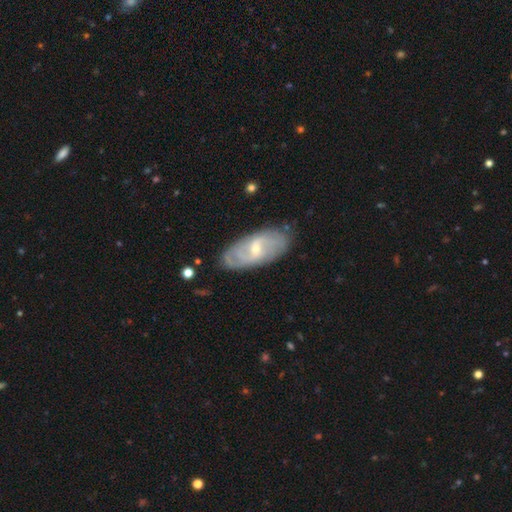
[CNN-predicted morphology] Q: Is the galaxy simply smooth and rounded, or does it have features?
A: featured or disk — 63%.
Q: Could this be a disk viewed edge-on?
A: no — 86%.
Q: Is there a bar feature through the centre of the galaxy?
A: weak — 45%.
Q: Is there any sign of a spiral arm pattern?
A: yes — 74%.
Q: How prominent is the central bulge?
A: moderate — 48%.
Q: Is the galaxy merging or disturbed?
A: none — 82%.